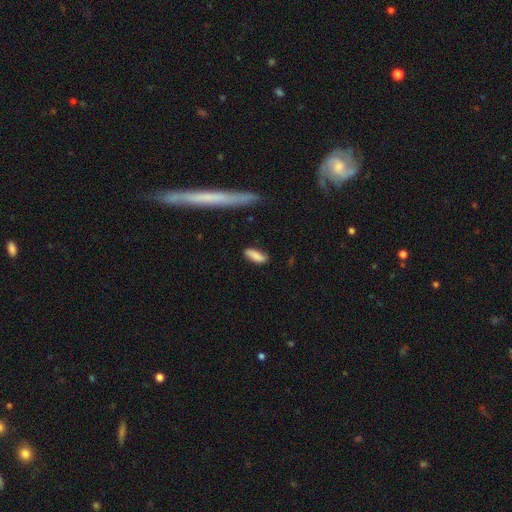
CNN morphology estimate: Q: Smooth or featured?
A: smooth (83%); runner-up: featured or disk (10%)
Q: How rounded?
A: in between (65%); runner-up: cigar-shaped (32%)
Q: Merging?
A: none (80%); runner-up: minor disturbance (15%)